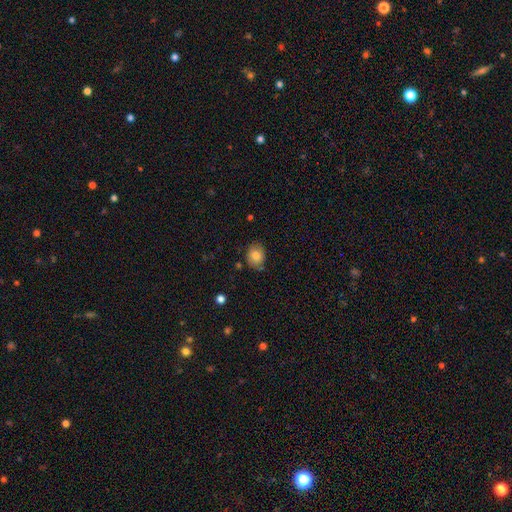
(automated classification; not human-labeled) Overall: smooth (80%). How rounded: round (51%; in between 49%). Merging: none (72%).